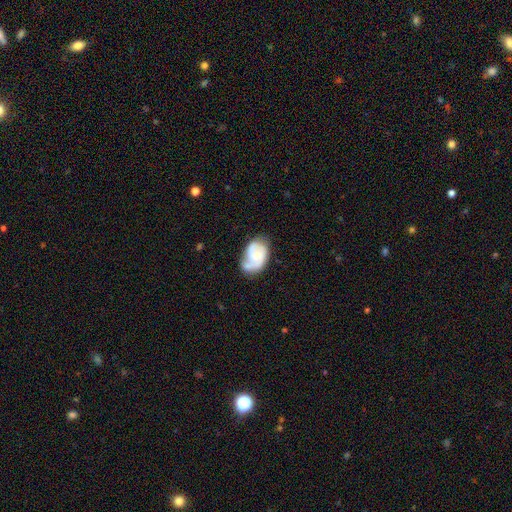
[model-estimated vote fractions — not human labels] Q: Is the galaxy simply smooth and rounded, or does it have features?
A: featured or disk — 64%.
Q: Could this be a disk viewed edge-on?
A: no — 98%.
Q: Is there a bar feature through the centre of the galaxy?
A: no — 66%.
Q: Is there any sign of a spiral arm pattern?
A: yes — 87%.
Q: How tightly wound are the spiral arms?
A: medium — 43%.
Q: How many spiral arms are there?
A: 2 — 55%.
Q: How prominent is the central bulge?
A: small — 50%.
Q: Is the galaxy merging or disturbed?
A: none — 47%.